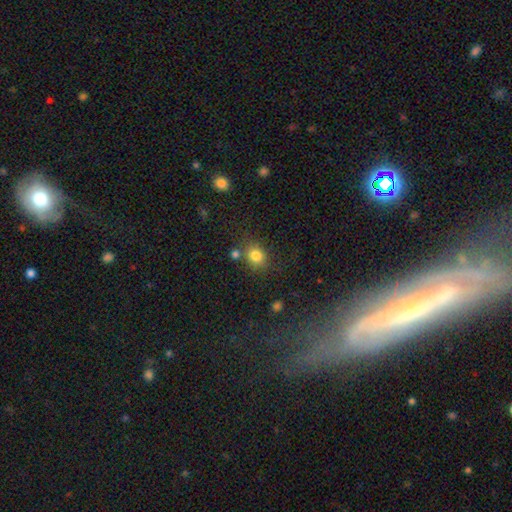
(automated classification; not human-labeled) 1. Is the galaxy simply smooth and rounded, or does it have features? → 81% smooth, 12% star or artifact, 7% featured or disk.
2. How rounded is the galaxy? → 67% round, 32% in between, 1% cigar-shaped.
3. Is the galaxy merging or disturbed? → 68% none, 14% minor disturbance, 13% merger, 5% major disturbance.